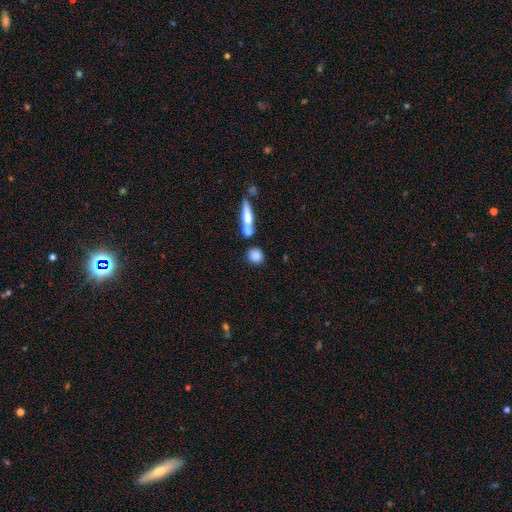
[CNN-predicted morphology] Smooth or featured? Predicted: smooth (p=0.83). How rounded? Predicted: round (p=0.73). Merging? Predicted: none (p=0.65).